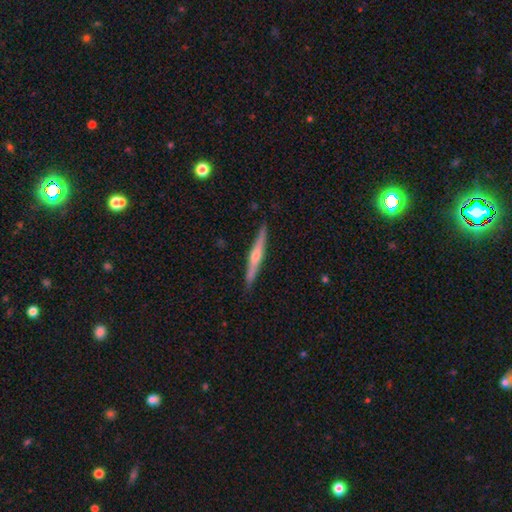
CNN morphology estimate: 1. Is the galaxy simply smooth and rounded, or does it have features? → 70% featured or disk, 24% smooth, 6% star or artifact.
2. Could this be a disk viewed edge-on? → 98% yes, 2% no.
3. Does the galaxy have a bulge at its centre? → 83% rounded, 12% none, 5% boxy.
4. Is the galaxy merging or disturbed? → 90% none, 7% minor disturbance, 1% major disturbance, 1% merger.